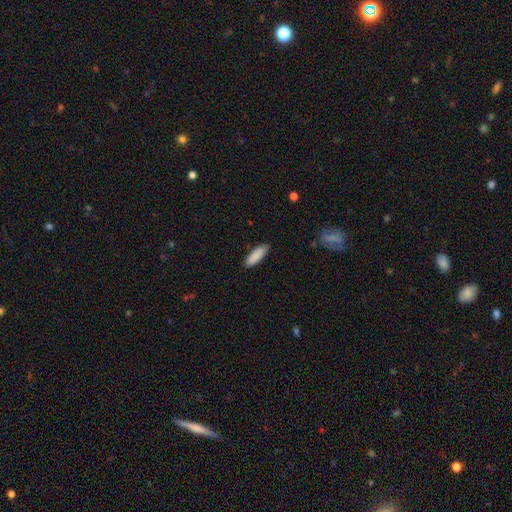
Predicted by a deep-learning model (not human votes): This appears to be a smooth galaxy with no disk features (89%) that is in between round and cigar-shaped (55%). Merging: none (85%).